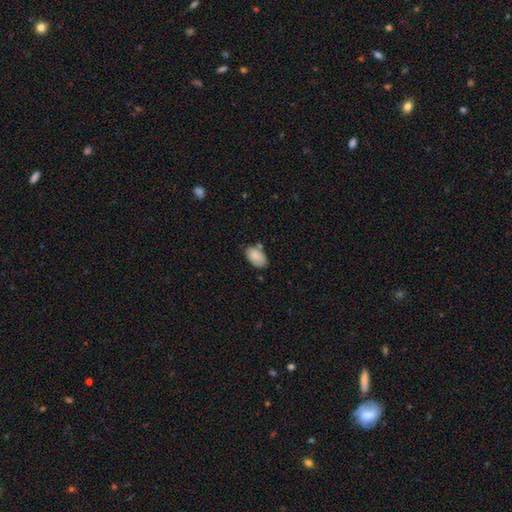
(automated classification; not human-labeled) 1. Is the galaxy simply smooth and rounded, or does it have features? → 87% smooth, 7% star or artifact, 6% featured or disk.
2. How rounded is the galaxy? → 92% in between, 7% round, 1% cigar-shaped.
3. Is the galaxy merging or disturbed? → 62% none, 24% minor disturbance, 8% merger, 5% major disturbance.